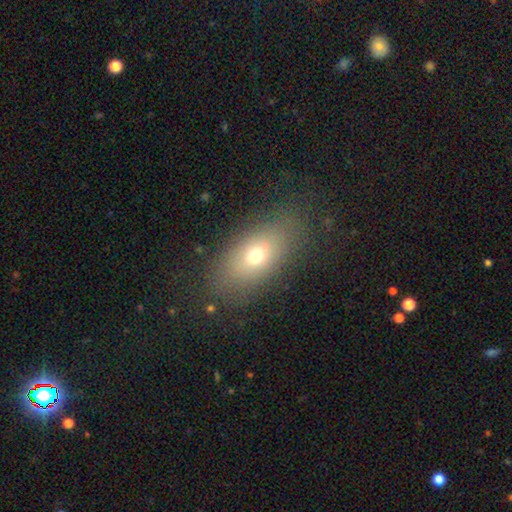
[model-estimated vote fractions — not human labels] The model was most divided on "smooth or featured": smooth: 67%, featured or disk: 21%, star or artifact: 12%. More confident: how rounded — in between (83%); merging — none (80%).